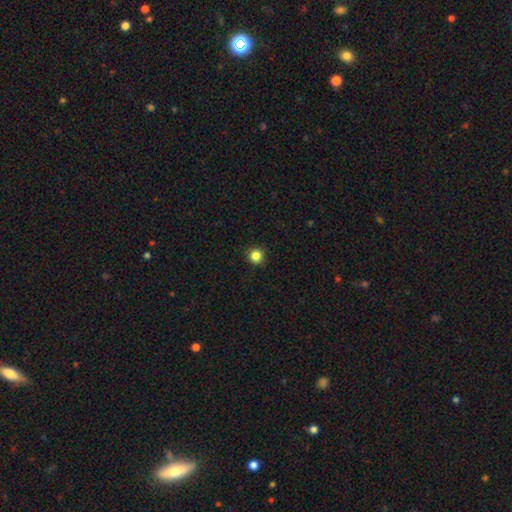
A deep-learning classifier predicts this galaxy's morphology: A smooth galaxy with no disk features (84%) that is round (95%). Merging: none (92%).